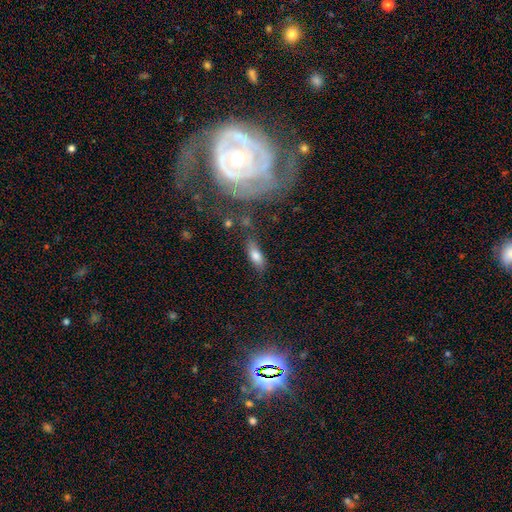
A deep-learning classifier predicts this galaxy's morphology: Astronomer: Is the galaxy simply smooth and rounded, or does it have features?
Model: smooth — 76%.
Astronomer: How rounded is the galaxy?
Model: in between — 71%.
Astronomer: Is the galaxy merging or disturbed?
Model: none — 69%.